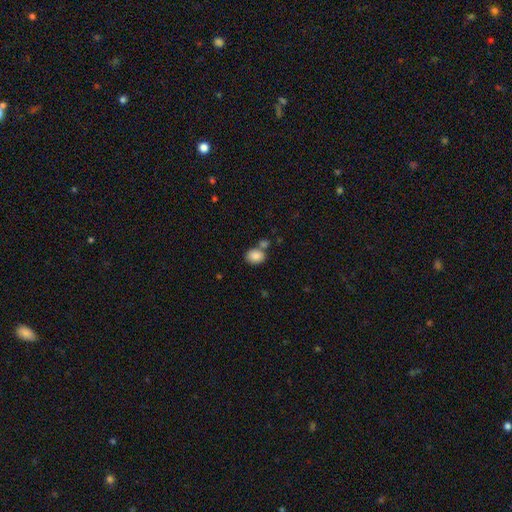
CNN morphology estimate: This appears to be a smooth galaxy with no disk features (86%) that is in between round and cigar-shaped (58%). Merging: none (60%).